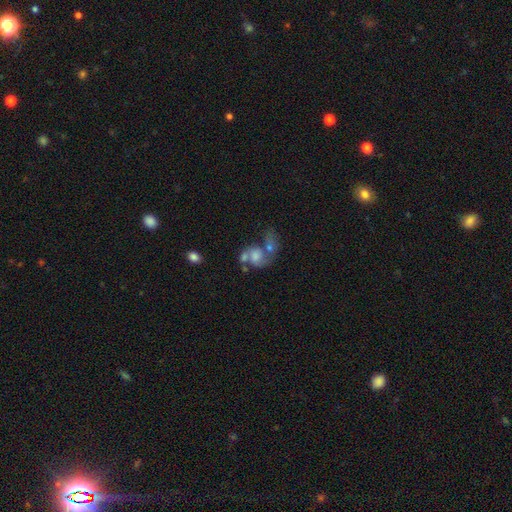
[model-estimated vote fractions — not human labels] featured or disk 46%, smooth 44%, star or artifact 11%. Down the decision tree: merging — merger (53%).